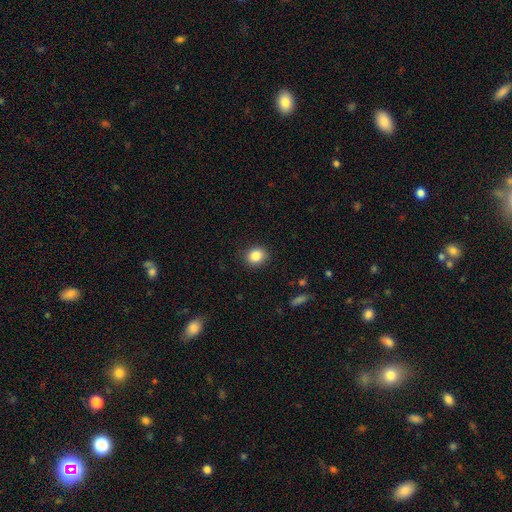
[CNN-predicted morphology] Smooth or featured?
  - smooth: 85% *
  - star or artifact: 9%
  - featured or disk: 5%
How rounded?
  - round: 71% *
  - in between: 28%
  - cigar-shaped: 1%
Merging?
  - none: 89% *
  - minor disturbance: 8%
  - major disturbance: 2%
  - merger: 1%